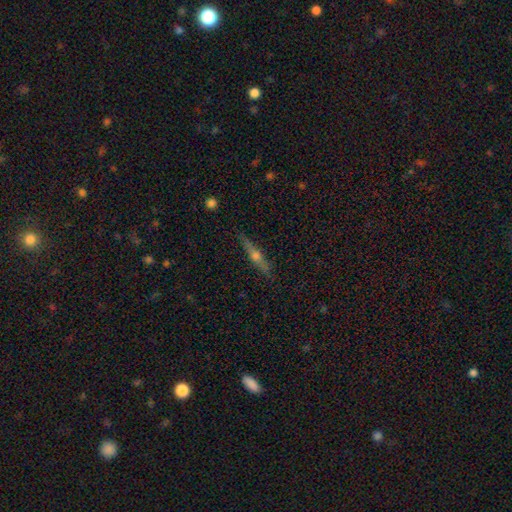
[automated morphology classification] Overall: featured or disk (71%). Edge-on disk: yes (97%). Edge-on bulge: rounded (92%). Merging: none (88%).